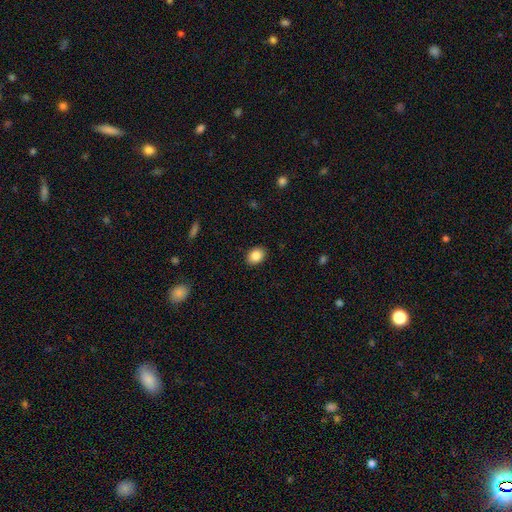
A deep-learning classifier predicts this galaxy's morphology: Smooth or featured? smooth (87%)
How rounded? in between (67%)
Merging? none (89%)